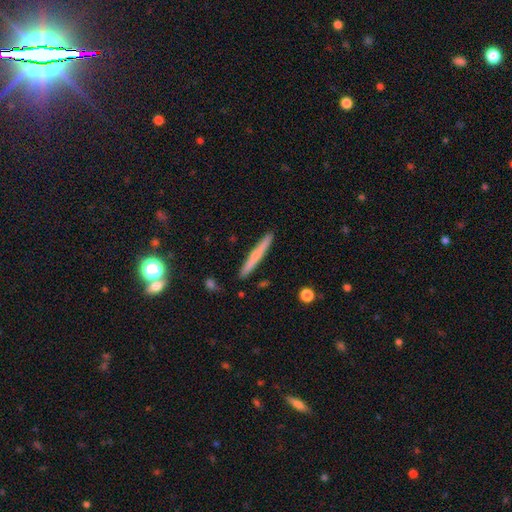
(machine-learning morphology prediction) Smooth or featured: smooth — 55% (featured or disk — 38%)
How rounded: cigar-shaped — 96% (in between — 2%)
Merging: none — 90% (minor disturbance — 7%)